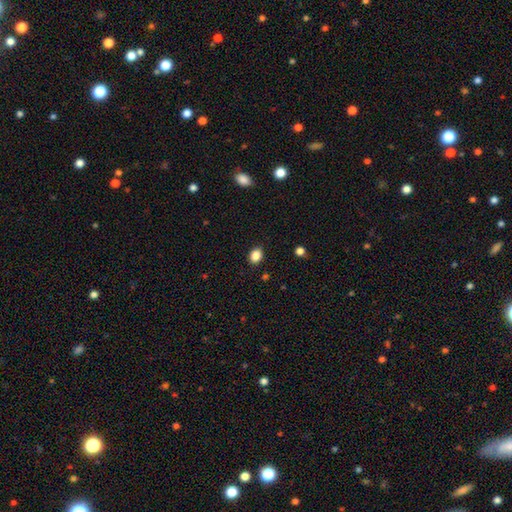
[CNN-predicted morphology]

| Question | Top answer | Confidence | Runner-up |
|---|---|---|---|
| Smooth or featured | smooth | 87% | star or artifact (9%) |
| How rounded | in between | 64% | round (35%) |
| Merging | none | 89% | minor disturbance (8%) |